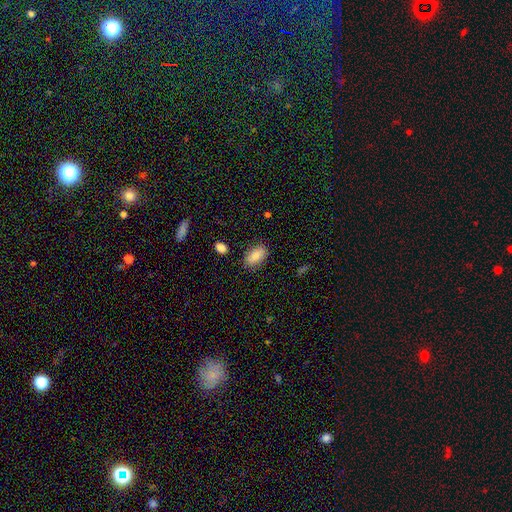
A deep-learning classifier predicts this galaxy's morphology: smooth 84%, featured or disk 9%, star or artifact 7%. Down the decision tree: how rounded — in between (92%); merging — none (84%).